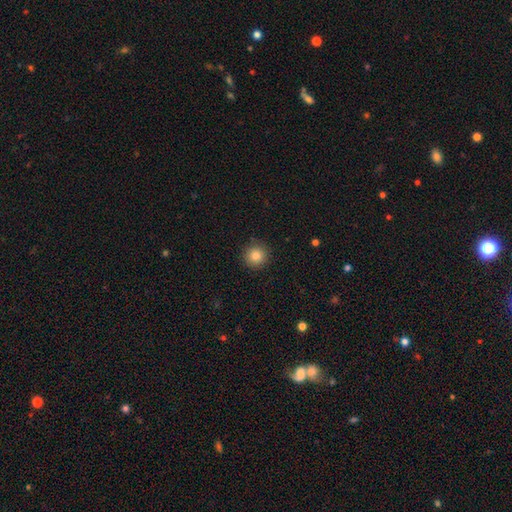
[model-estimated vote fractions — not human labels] This appears to be a smooth galaxy with no disk features (82%) that is round (94%). Merging: none (91%).